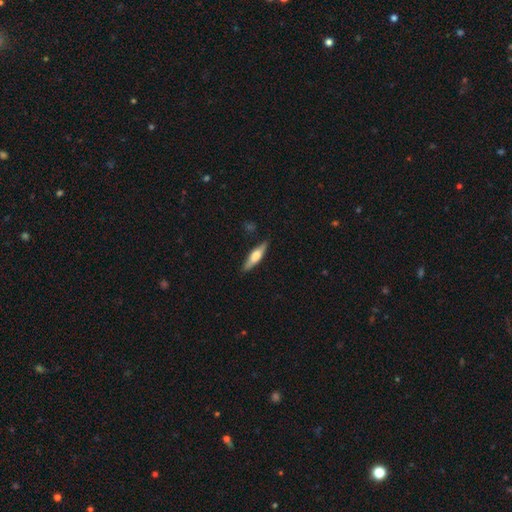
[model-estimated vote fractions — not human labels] smooth_or_featured: featured or disk (p=0.48) [alt: smooth p=0.46]
merging: none (p=0.87) [alt: minor disturbance p=0.10]